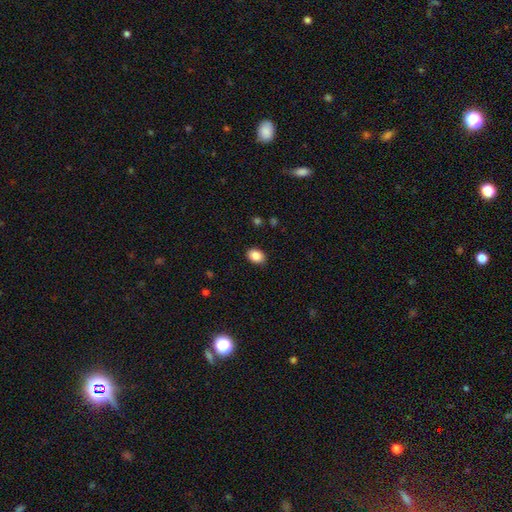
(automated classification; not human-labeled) Q: Smooth or featured?
A: smooth (88%); runner-up: star or artifact (8%)
Q: How rounded?
A: in between (78%); runner-up: round (21%)
Q: Merging?
A: none (88%); runner-up: minor disturbance (9%)